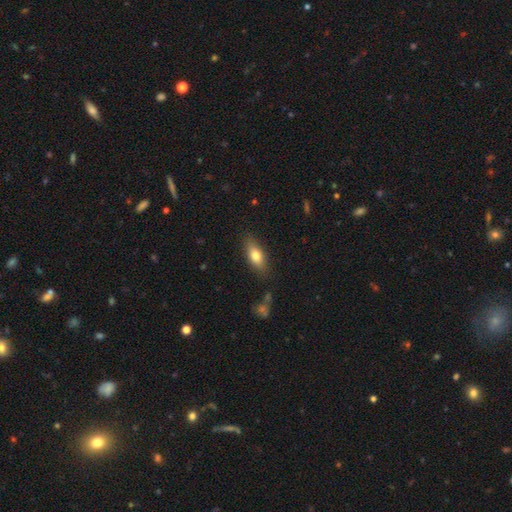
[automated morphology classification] The model was most divided on "smooth or featured": smooth: 75%, featured or disk: 18%, star or artifact: 7%. More confident: merging — none (82%); how rounded — in between (76%).